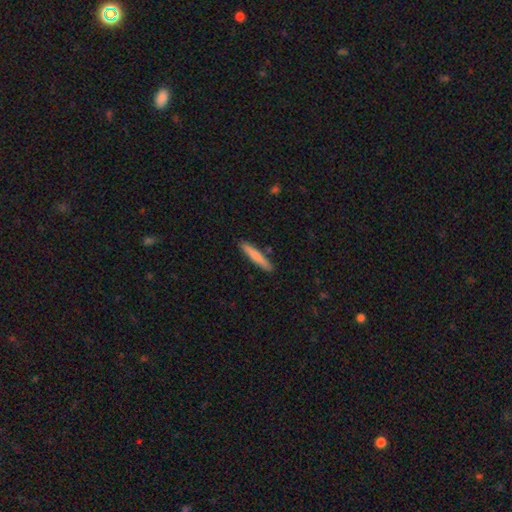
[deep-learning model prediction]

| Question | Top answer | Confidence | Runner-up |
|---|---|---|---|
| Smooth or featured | smooth | 76% | featured or disk (19%) |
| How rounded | cigar-shaped | 93% | in between (5%) |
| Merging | none | 87% | minor disturbance (9%) |